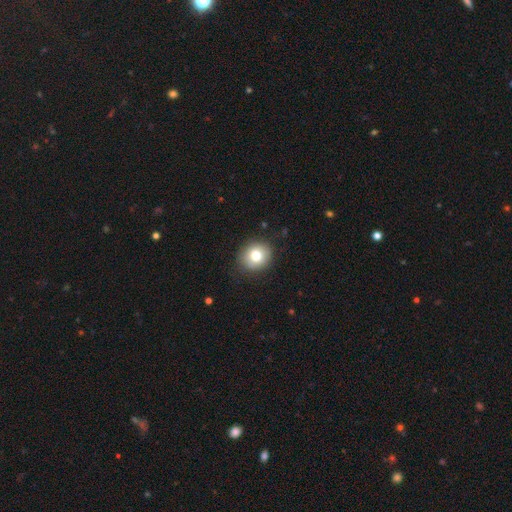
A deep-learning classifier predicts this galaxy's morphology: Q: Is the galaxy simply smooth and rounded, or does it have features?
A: smooth — 79%.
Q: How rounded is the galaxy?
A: round — 77%.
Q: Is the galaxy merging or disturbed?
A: none — 86%.